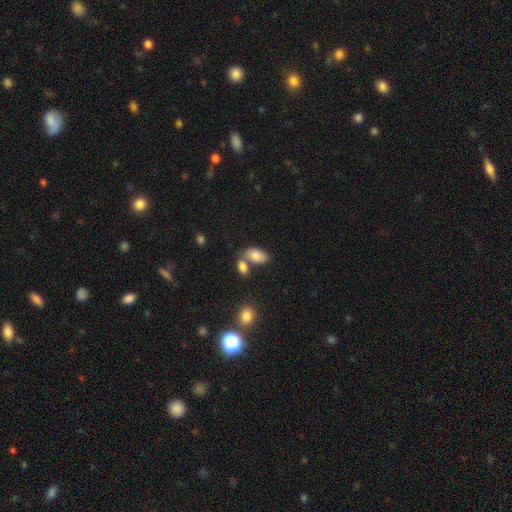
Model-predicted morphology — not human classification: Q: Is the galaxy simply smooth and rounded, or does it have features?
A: smooth — 83%.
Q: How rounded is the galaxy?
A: in between — 93%.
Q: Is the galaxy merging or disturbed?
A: none — 51%.